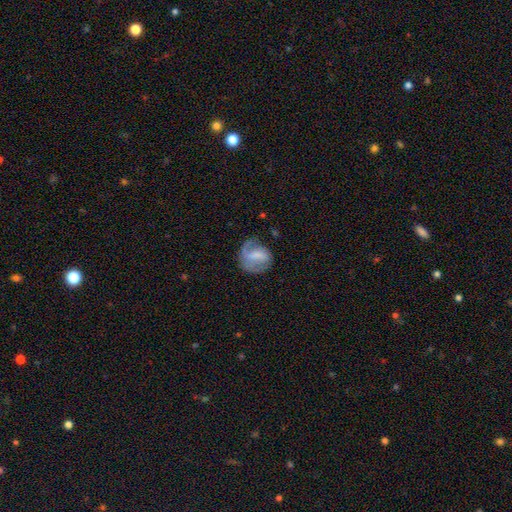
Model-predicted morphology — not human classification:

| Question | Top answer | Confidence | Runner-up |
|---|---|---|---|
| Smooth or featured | featured or disk | 55% | smooth (38%) |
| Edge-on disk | no | 97% | yes (3%) |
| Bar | weak | 45% | strong (28%) |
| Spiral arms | yes | 76% | no (24%) |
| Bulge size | none | 38% | small (27%) |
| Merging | none | 52% | minor disturbance (25%) |